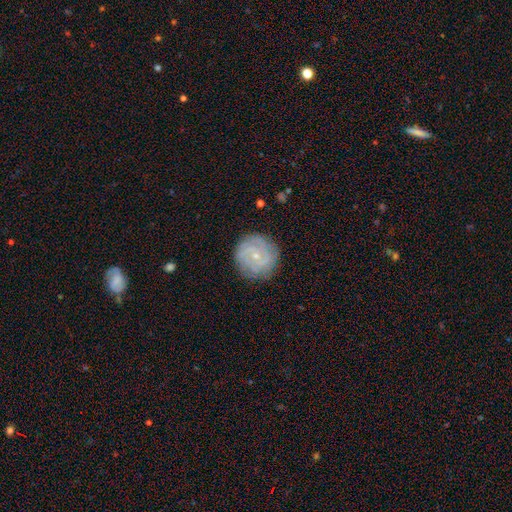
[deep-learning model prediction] Overall: featured or disk (75%). Edge-on disk: no (98%). Bar: no (69%). Spiral arms: yes (91%). Spiral arm count: can't tell (31%; 2 30%). Spiral winding: tight (74%). Bulge size: small (78%). Merging: none (83%).